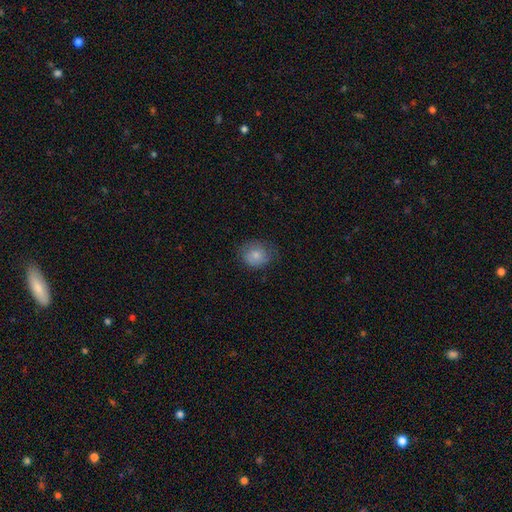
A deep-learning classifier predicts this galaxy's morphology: A smooth galaxy with no disk features (77%) that is round (71%). Merging: none (71%).